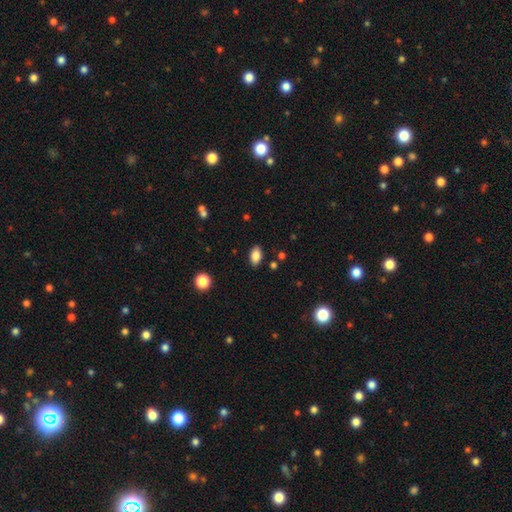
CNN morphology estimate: A smooth galaxy with no disk features (85%) that is in between round and cigar-shaped (90%). Merging: none (87%).